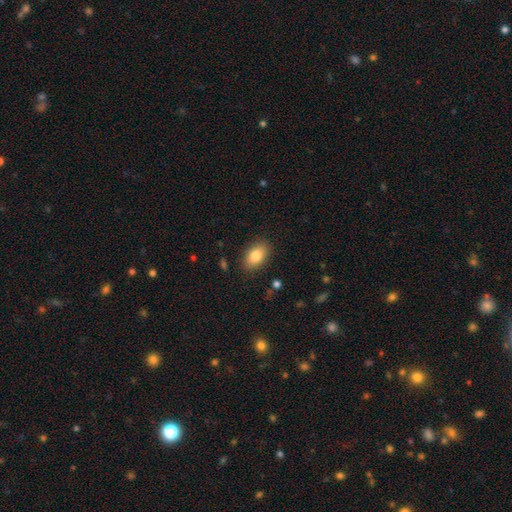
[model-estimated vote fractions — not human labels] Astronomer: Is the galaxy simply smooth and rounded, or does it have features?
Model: smooth — 83%.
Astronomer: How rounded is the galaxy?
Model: in between — 90%.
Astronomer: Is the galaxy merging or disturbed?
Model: none — 87%.